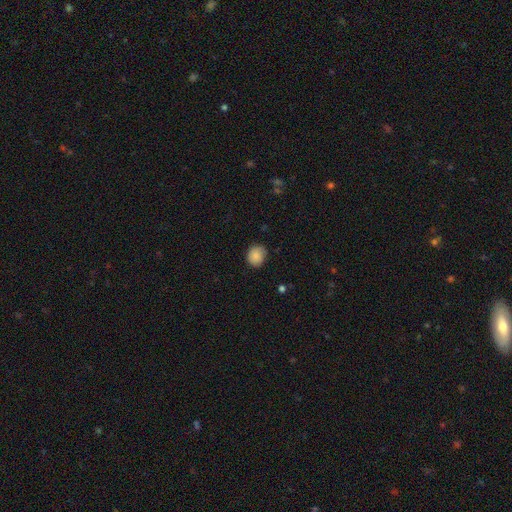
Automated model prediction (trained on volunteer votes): smooth 86%, star or artifact 8%, featured or disk 6%. Down the decision tree: how rounded — round (78%); merging — none (78%).